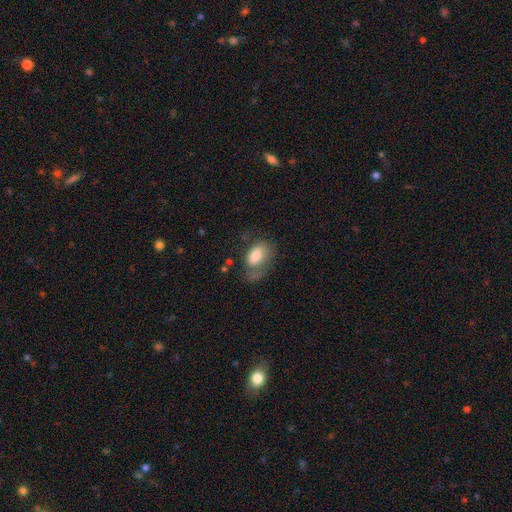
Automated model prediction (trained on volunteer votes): smooth_or_featured: smooth (p=0.72) [alt: featured or disk p=0.21]
how_rounded: in between (p=0.91) [alt: round p=0.07]
merging: none (p=0.37) [alt: major disturbance p=0.32]